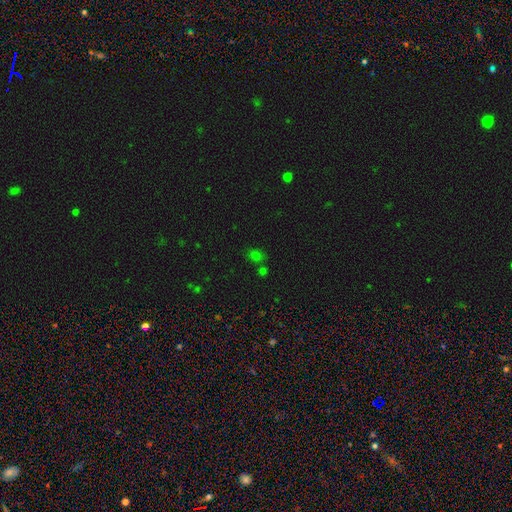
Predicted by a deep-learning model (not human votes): smooth-or-featured: smooth: 60% | star or artifact: 33% | featured or disk: 7%
  how-rounded: in between: 53% | round: 45% | cigar-shaped: 2%
  merging: none: 68% | merger: 14% | minor disturbance: 13% | major disturbance: 5%